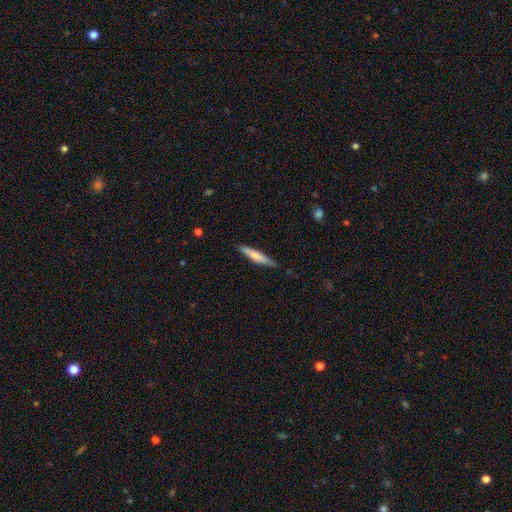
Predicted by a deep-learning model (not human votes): Smooth or featured? smooth (68%)
How rounded? cigar-shaped (90%)
Merging? none (85%)